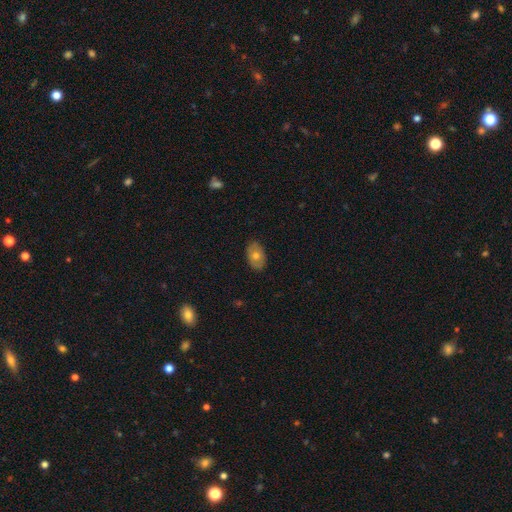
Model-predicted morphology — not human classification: Q: Smooth or featured?
A: smooth (64%); runner-up: featured or disk (29%)
Q: How rounded?
A: in between (87%); runner-up: round (11%)
Q: Merging?
A: none (85%); runner-up: minor disturbance (12%)